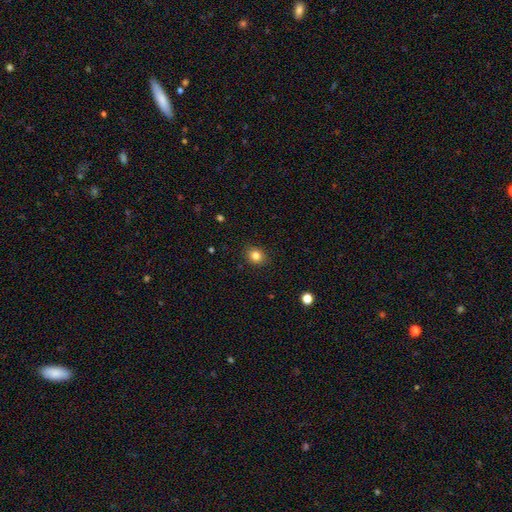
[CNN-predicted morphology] Smooth or featured? smooth (82%)
How rounded? round (67%)
Merging? none (89%)